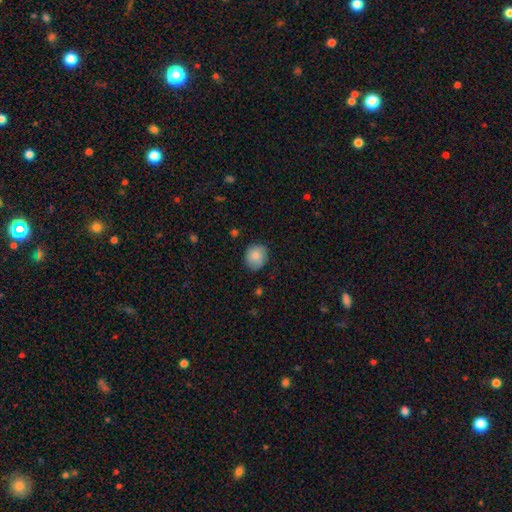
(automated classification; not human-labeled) Q: Smooth or featured?
A: smooth (84%); runner-up: featured or disk (8%)
Q: How rounded?
A: round (73%); runner-up: in between (26%)
Q: Merging?
A: none (81%); runner-up: minor disturbance (15%)